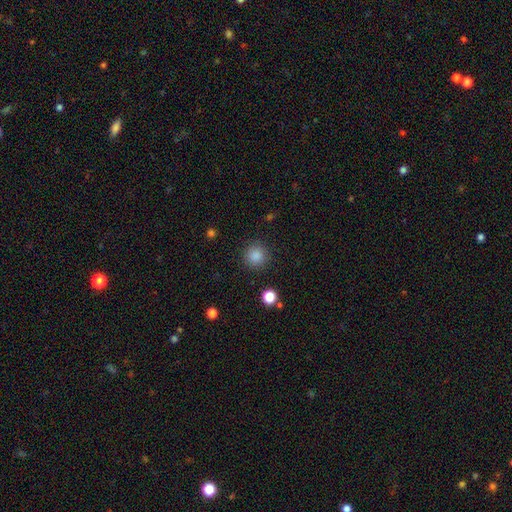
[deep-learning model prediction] Morphology: type=smooth (86%); roundness=round (94%); merging=none (90%).